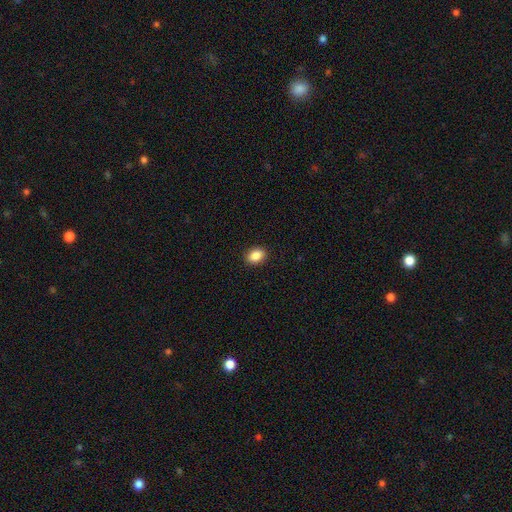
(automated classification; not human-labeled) A smooth galaxy with no disk features (88%) that is in between round and cigar-shaped (69%).

Vote fractions:
- Smooth or featured? smooth: 88% / star or artifact: 8% / featured or disk: 4%
- How rounded? in between: 69% / round: 30% / cigar-shaped: 1%
- Merging? none: 90% / minor disturbance: 7% / major disturbance: 2% / merger: 1%